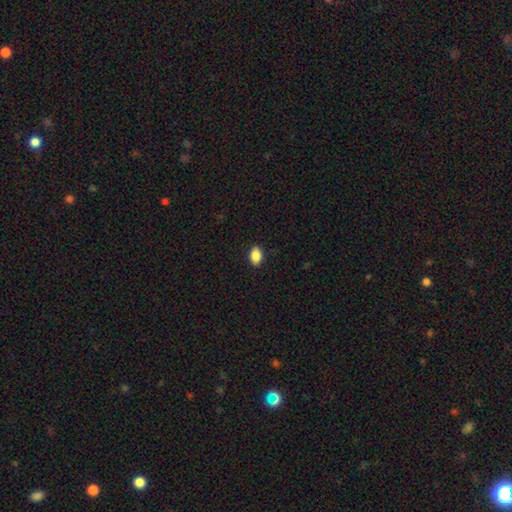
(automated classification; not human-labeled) Smooth or featured? Predicted: smooth (p=0.88). How rounded? Predicted: in between (p=0.86). Merging? Predicted: none (p=0.89).